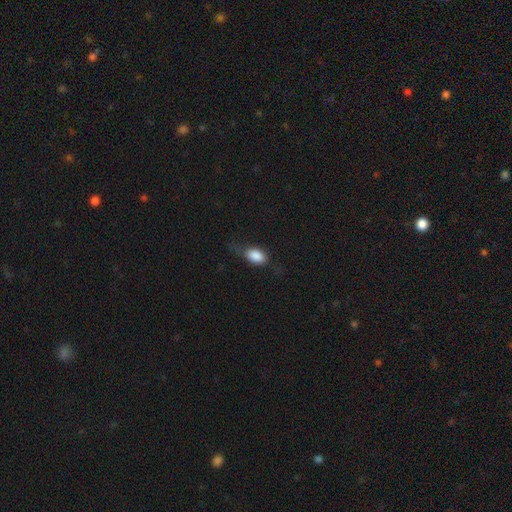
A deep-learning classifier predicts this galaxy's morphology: Smooth or featured?
  - smooth: 84% *
  - featured or disk: 9%
  - star or artifact: 7%
How rounded?
  - in between: 87% *
  - round: 9%
  - cigar-shaped: 4%
Merging?
  - none: 53% *
  - minor disturbance: 29%
  - major disturbance: 16%
  - merger: 2%